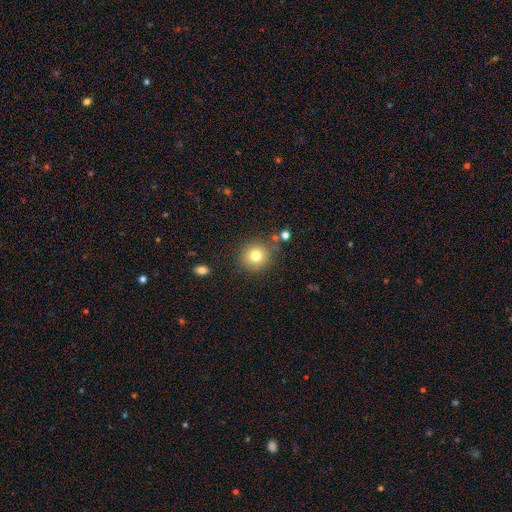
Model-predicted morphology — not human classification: A smooth galaxy with no disk features (79%) that is round (90%). Merging: none (82%).